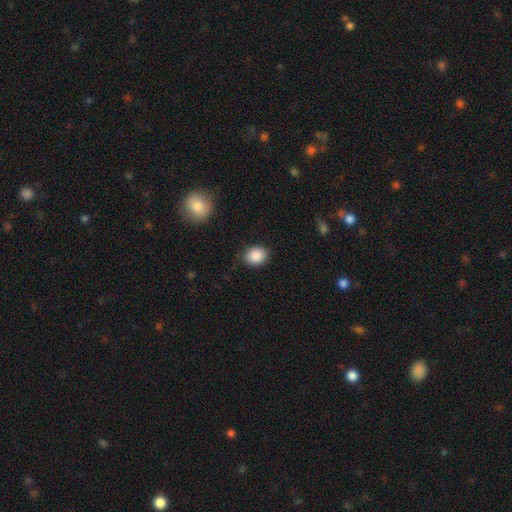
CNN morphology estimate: A smooth galaxy with no disk features (88%) that is round (54%). Merging: none (85%).